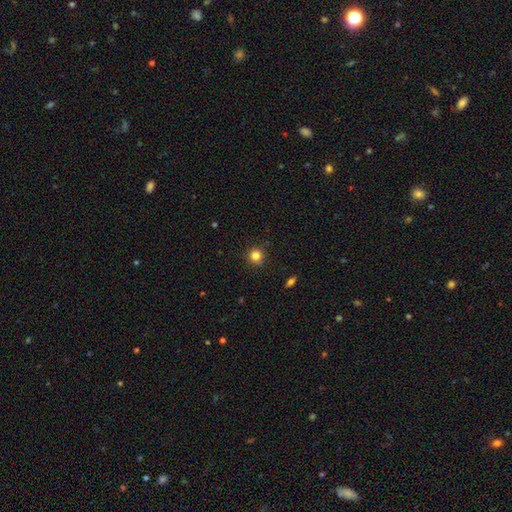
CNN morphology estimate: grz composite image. It shows a smooth galaxy with no disk features (83%) that is round (92%). Merging: none (88%).